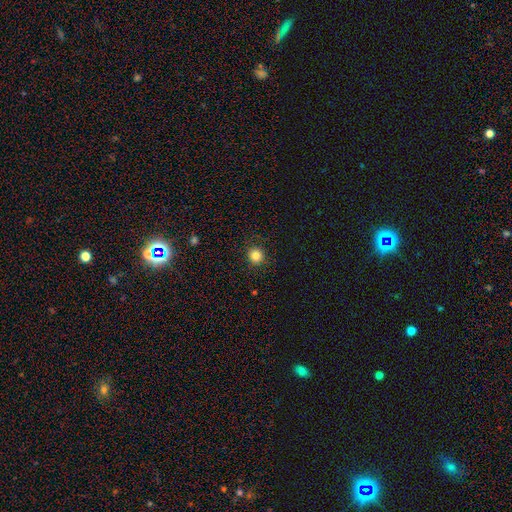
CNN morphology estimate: A smooth galaxy with no disk features (83%) that is round (92%).

Vote fractions:
- Smooth or featured? smooth: 83% / star or artifact: 12% / featured or disk: 5%
- How rounded? round: 92% / in between: 7% / cigar-shaped: 1%
- Merging? none: 90% / minor disturbance: 6% / major disturbance: 2% / merger: 1%